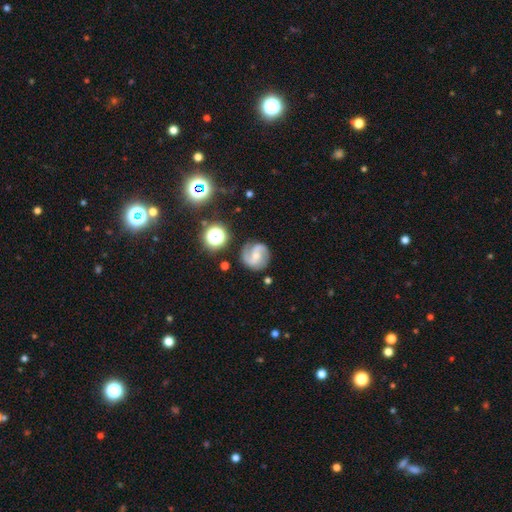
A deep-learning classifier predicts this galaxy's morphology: smooth_or_featured: featured or disk (p=0.77) [alt: smooth p=0.15]
disk_edge_on: no (p=0.98) [alt: yes p=0.02]
bar: weak (p=0.44) [alt: no p=0.35]
has_spiral_arms: yes (p=0.94) [alt: no p=0.06]
spiral_winding: medium (p=0.49) [alt: loose p=0.26]
spiral_arm_count: 2 (p=0.82) [alt: can't tell p=0.06]
bulge_size: small (p=0.54) [alt: moderate p=0.39]
merging: none (p=0.76) [alt: minor disturbance p=0.15]